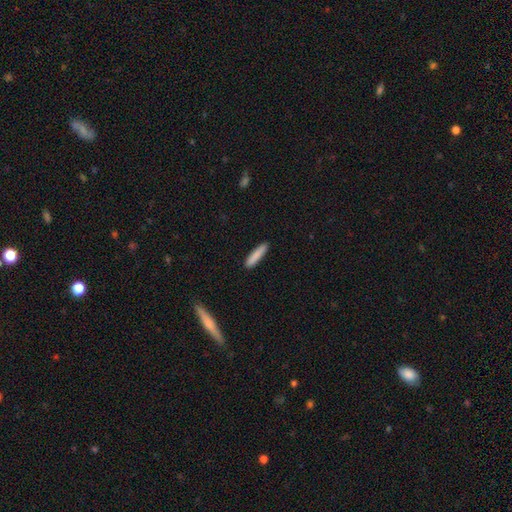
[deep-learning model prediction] Smooth or featured: smooth — 86% (featured or disk — 8%)
How rounded: cigar-shaped — 87% (in between — 12%)
Merging: none — 89% (minor disturbance — 8%)